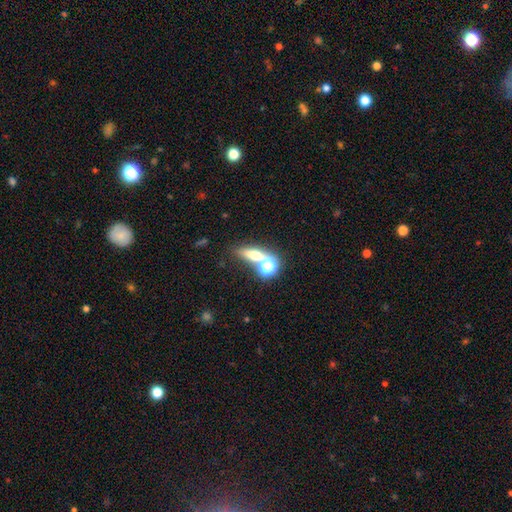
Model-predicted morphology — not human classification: This appears to be a smooth galaxy with no disk features (56%) that is in between round and cigar-shaped (43%). Merging: none (53%).